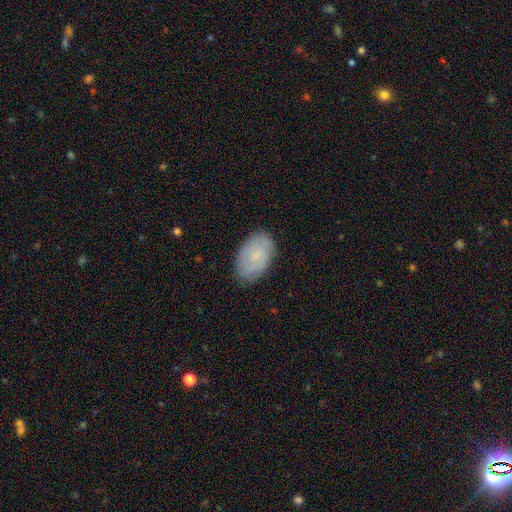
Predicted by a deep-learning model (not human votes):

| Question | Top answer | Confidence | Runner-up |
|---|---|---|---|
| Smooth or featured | smooth | 49% | featured or disk (43%) |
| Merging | none | 81% | minor disturbance (15%) |